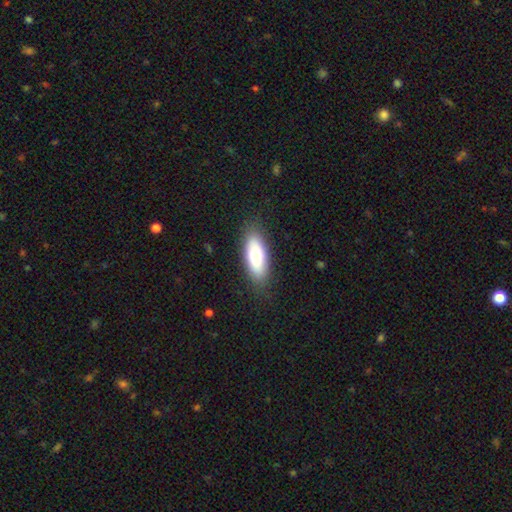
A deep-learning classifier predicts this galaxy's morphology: Smooth or featured? smooth (75%)
How rounded? in between (75%)
Merging? none (84%)